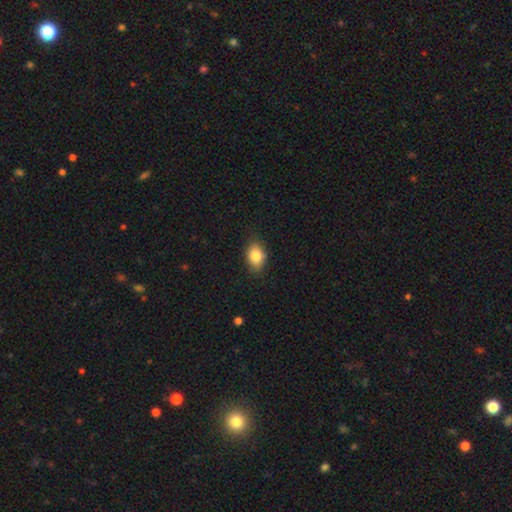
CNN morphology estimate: This appears to be a smooth galaxy with no disk features (83%) that is in between round and cigar-shaped (79%). Merging: none (83%).